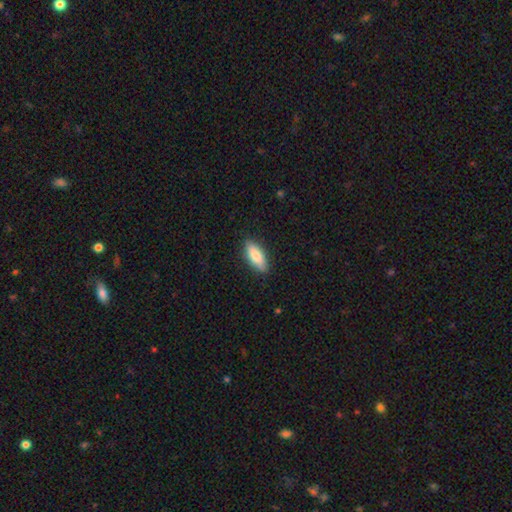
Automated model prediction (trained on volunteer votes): The model was most divided on "how rounded": in between: 77%, cigar-shaped: 21%, round: 2%. More confident: merging — none (87%); smooth or featured — smooth (81%).